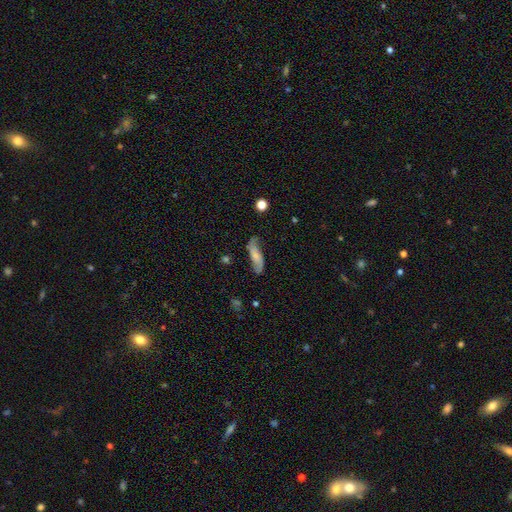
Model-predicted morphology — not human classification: Smooth or featured?
  - featured or disk: 50% *
  - smooth: 42%
  - star or artifact: 7%
Edge-on disk?
  - no: 83% *
  - yes: 17%
Merging?
  - none: 65% *
  - minor disturbance: 24%
  - major disturbance: 8%
  - merger: 3%